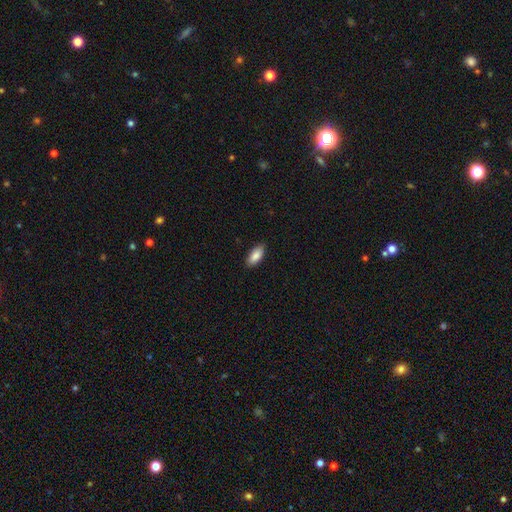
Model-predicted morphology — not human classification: A smooth galaxy with no disk features (88%) that is in between round and cigar-shaped (88%).

Vote fractions:
- Smooth or featured? smooth: 88% / star or artifact: 6% / featured or disk: 6%
- How rounded? in between: 88% / cigar-shaped: 10% / round: 2%
- Merging? none: 88% / minor disturbance: 10% / major disturbance: 2% / merger: 1%